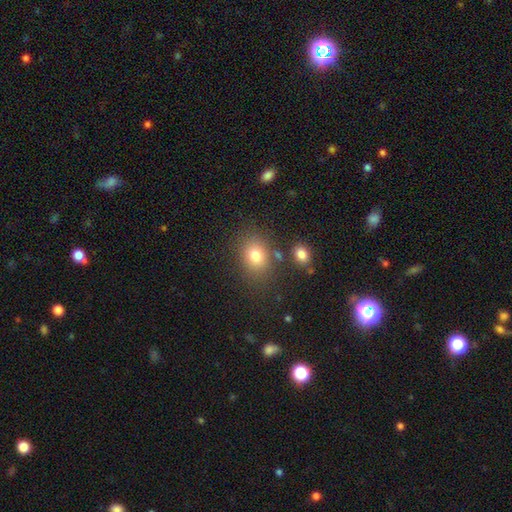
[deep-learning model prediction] smooth-or-featured: smooth: 77% | star or artifact: 13% | featured or disk: 10%
  how-rounded: in between: 51% | round: 48% | cigar-shaped: 1%
  merging: none: 75% | minor disturbance: 12% | merger: 8% | major disturbance: 5%